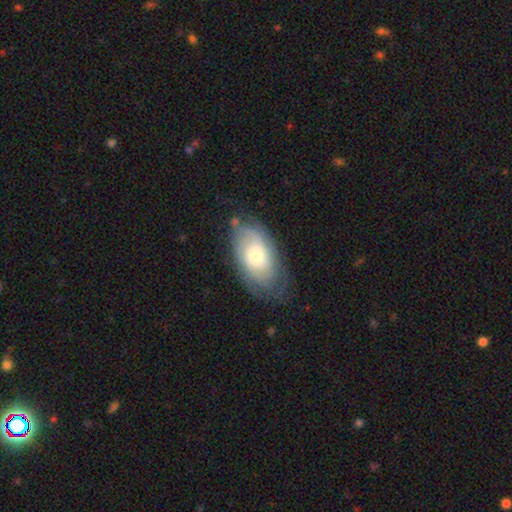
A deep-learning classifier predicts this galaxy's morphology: type=featured or disk (52%); edge-on=no (92%); merging=none (67%).